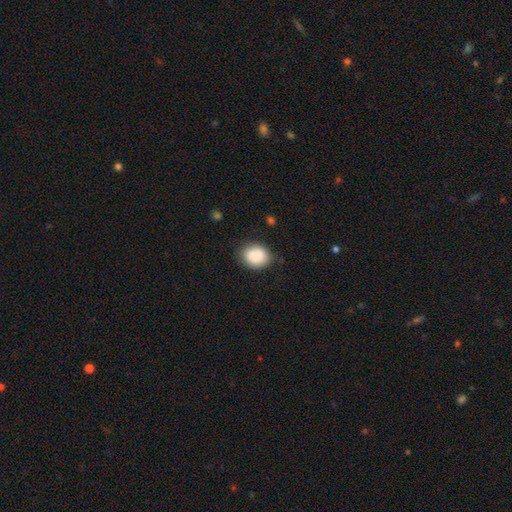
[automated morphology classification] Overall: smooth (88%). How rounded: round (57%; in between 42%). Merging: none (79%).